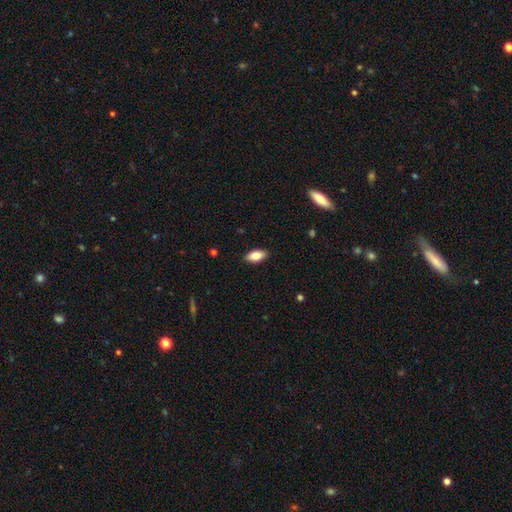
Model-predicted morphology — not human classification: Smooth or featured? Predicted: smooth (p=0.82). How rounded? Predicted: in between (p=0.90). Merging? Predicted: none (p=0.89).